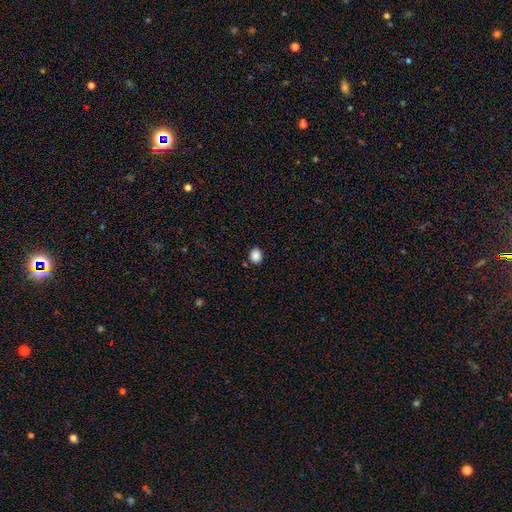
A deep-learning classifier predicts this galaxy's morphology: Smooth or featured?
  - smooth: 88% *
  - star or artifact: 9%
  - featured or disk: 3%
How rounded?
  - round: 54% *
  - in between: 45%
  - cigar-shaped: 1%
Merging?
  - none: 87% *
  - minor disturbance: 8%
  - merger: 3%
  - major disturbance: 2%